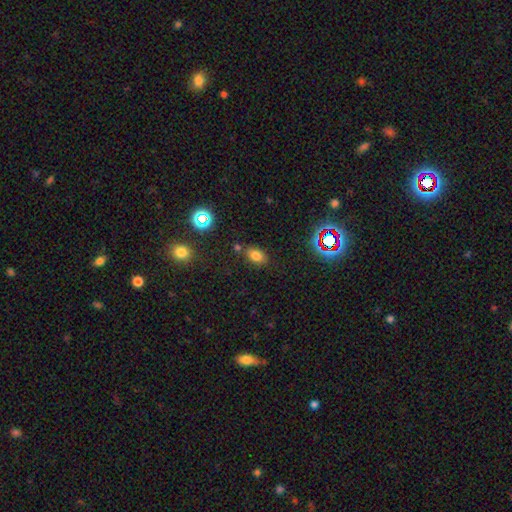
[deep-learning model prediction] Smooth or featured? smooth (75%)
How rounded? in between (82%)
Merging? none (77%)